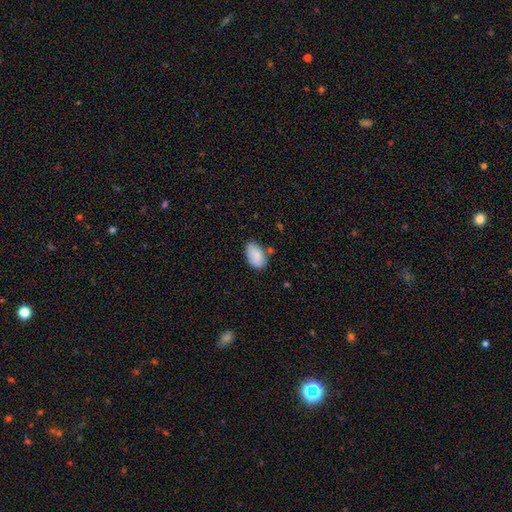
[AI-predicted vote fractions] This appears to be a smooth galaxy with no disk features (87%) that is in between round and cigar-shaped (93%). Merging: none (68%).